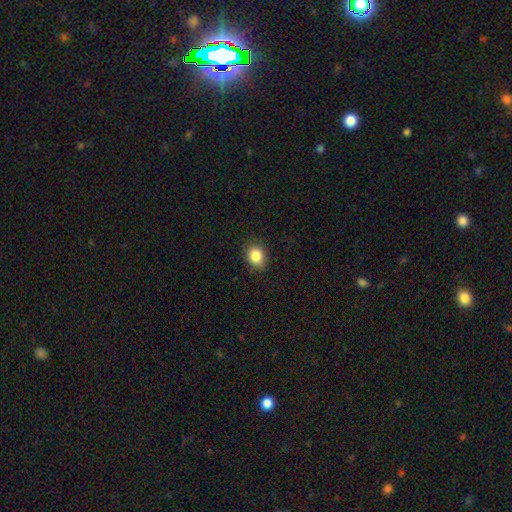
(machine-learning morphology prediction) Overall: smooth (85%). How rounded: round (62%; in between 37%). Merging: none (87%).